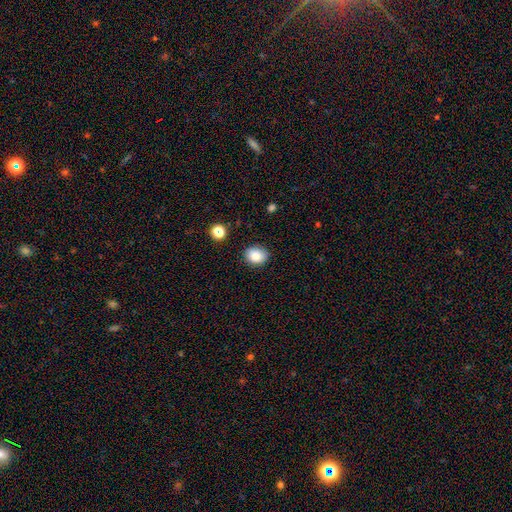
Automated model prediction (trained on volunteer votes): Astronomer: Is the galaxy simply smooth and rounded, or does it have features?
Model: smooth — 84%.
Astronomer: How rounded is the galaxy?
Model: round — 56% (runner-up: in between, 43%).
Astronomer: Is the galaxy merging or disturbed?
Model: none — 84%.